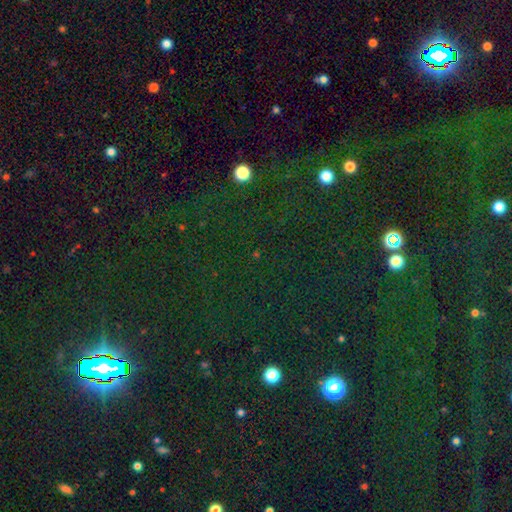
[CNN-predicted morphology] Q: Smooth or featured?
A: star or artifact (82%); runner-up: smooth (11%)